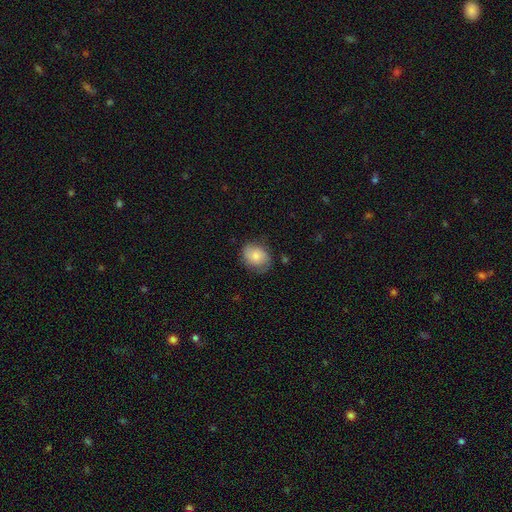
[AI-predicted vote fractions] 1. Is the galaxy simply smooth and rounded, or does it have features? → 68% smooth, 24% featured or disk, 8% star or artifact.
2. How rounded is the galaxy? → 58% in between, 41% round, 1% cigar-shaped.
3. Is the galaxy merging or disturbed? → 67% none, 24% minor disturbance, 7% major disturbance, 1% merger.